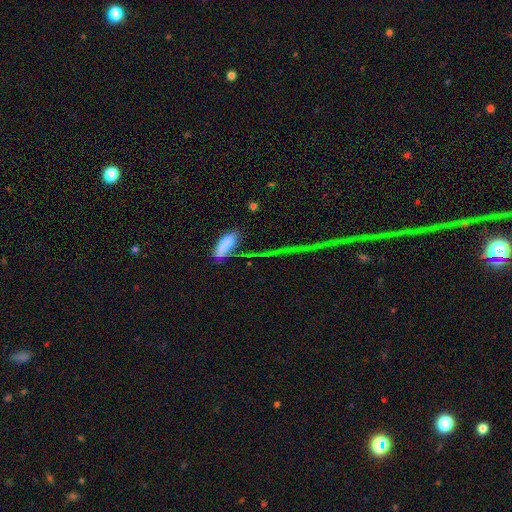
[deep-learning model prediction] A star or artifact, not a galaxy (61%).

Vote fractions:
- Smooth or featured? star or artifact: 61% / smooth: 21% / featured or disk: 18%